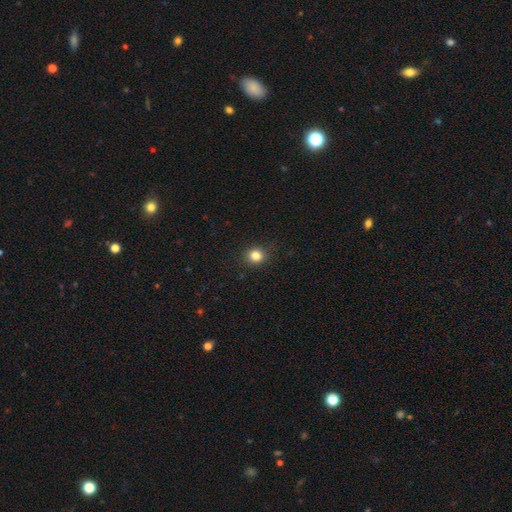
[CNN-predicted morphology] Q: Smooth or featured?
A: smooth (83%); runner-up: star or artifact (12%)
Q: How rounded?
A: round (83%); runner-up: in between (16%)
Q: Merging?
A: none (89%); runner-up: minor disturbance (7%)